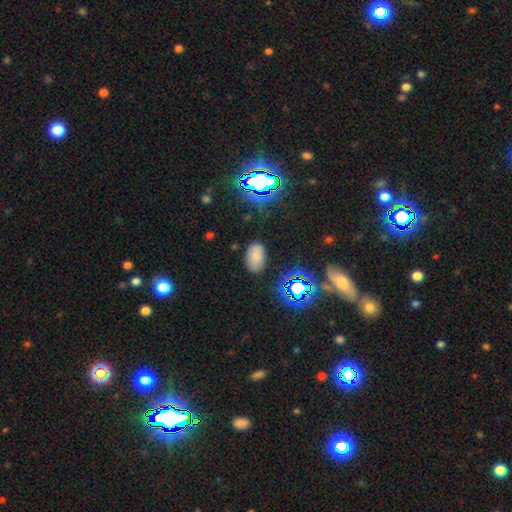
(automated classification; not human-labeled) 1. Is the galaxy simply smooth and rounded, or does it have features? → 72% smooth, 20% star or artifact, 9% featured or disk.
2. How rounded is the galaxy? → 92% in between, 6% round, 1% cigar-shaped.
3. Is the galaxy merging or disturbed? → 80% none, 14% minor disturbance, 4% major disturbance, 2% merger.